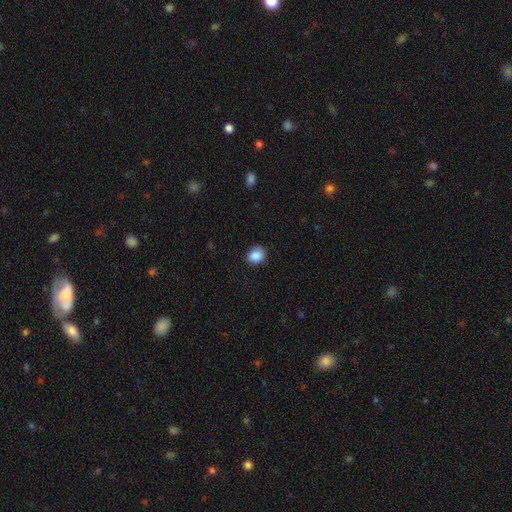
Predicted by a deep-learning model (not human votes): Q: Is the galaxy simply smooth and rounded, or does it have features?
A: smooth — 88%.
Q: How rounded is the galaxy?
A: round — 68%.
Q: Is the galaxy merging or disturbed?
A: none — 83%.